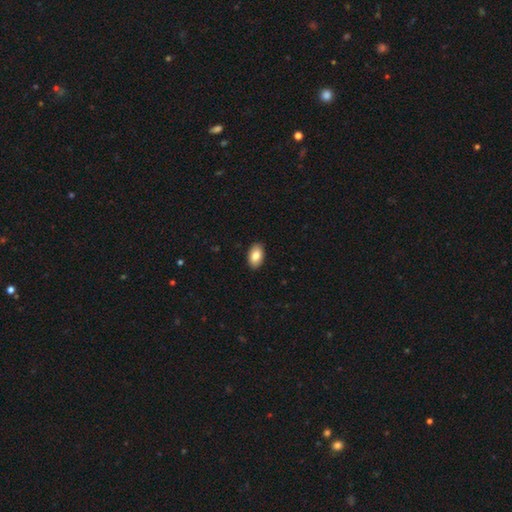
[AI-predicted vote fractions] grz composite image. It shows a smooth galaxy with no disk features (85%) that is in between round and cigar-shaped (94%). Merging: none (91%).